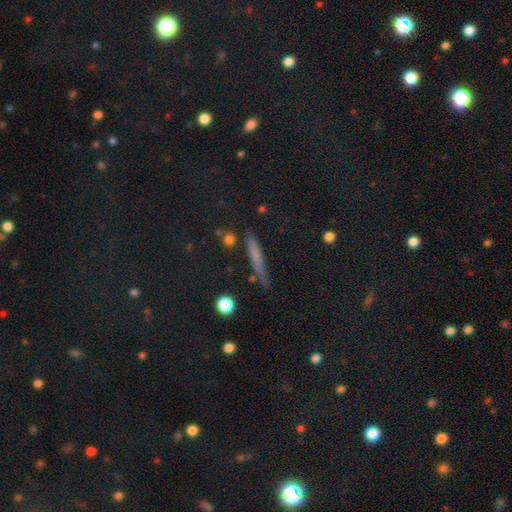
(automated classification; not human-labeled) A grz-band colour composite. It shows a smooth galaxy with no disk features (59%) that is cigar-shaped (89%). Merging: none (76%).